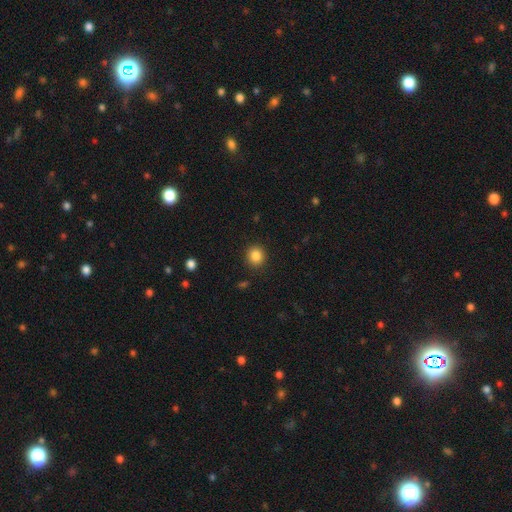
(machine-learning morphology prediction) Smooth or featured: smooth — 85% (star or artifact — 11%)
How rounded: round — 86% (in between — 13%)
Merging: none — 90% (minor disturbance — 6%)